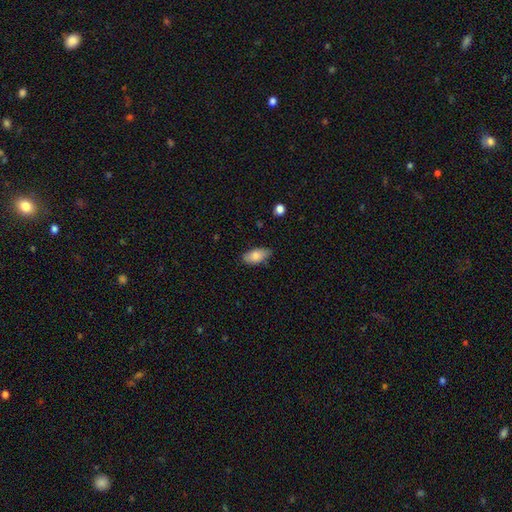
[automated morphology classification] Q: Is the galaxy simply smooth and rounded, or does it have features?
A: smooth — 82%.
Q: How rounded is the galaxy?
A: in between — 91%.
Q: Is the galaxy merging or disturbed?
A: none — 79%.